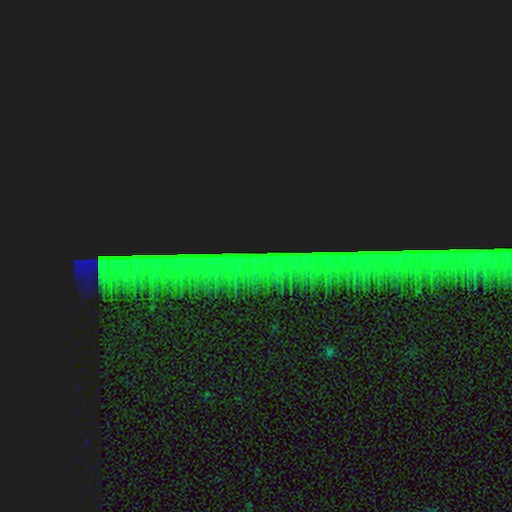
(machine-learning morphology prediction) Smooth or featured? Predicted: star or artifact (p=0.83).